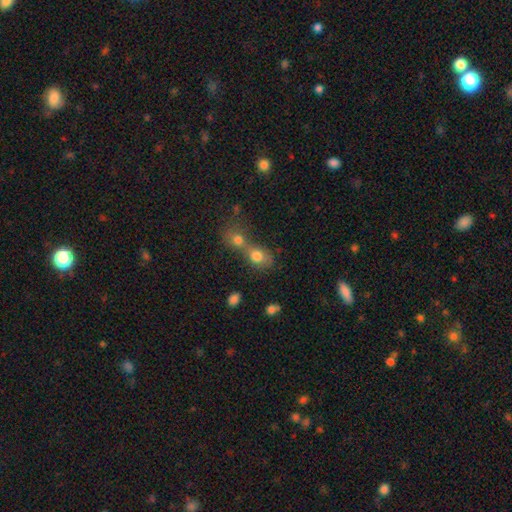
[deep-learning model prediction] Smooth or featured? Predicted: smooth (p=0.77). How rounded? Predicted: round (p=0.50). Merging? Predicted: merger (p=0.65).